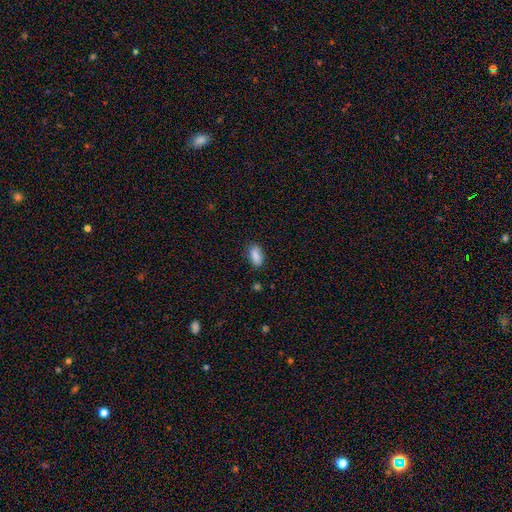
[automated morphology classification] smooth_or_featured: smooth (p=0.86) [alt: star or artifact p=0.08]
how_rounded: in between (p=0.87) [alt: cigar-shaped p=0.09]
merging: none (p=0.76) [alt: minor disturbance p=0.18]